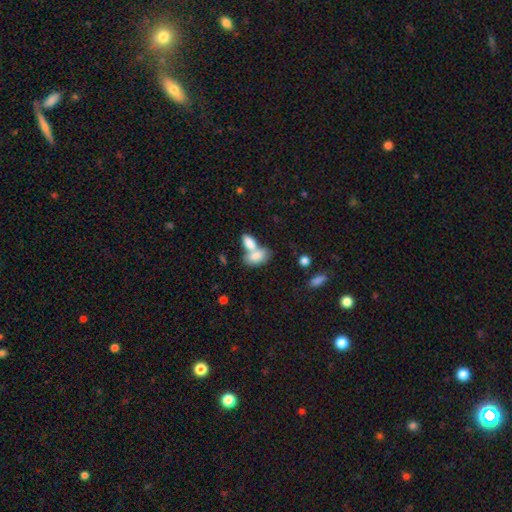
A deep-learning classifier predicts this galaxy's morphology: This is likely a smooth galaxy (80%). How rounded: clearly in between (92%). Merging: likely merger (66%).